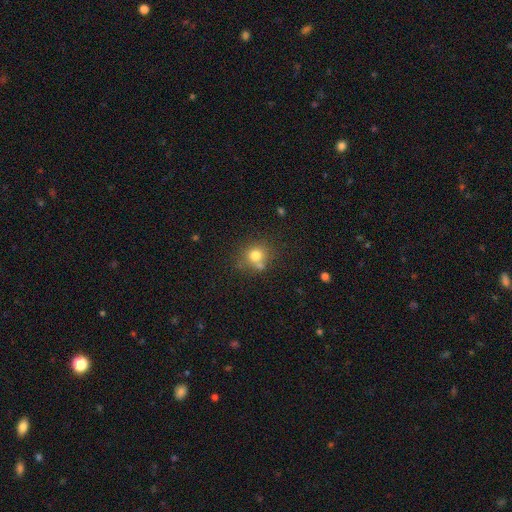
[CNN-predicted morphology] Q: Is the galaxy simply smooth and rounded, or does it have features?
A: smooth — 76%.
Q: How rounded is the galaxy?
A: round — 84%.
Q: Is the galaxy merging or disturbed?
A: none — 61%.